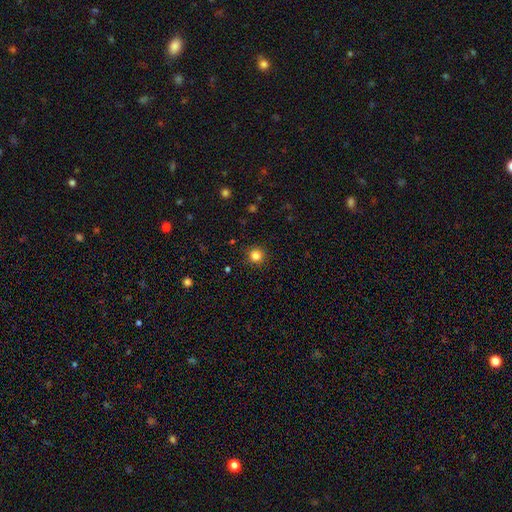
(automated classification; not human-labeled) A smooth galaxy with no disk features (83%) that is round (94%).

Vote fractions:
- Smooth or featured? smooth: 83% / star or artifact: 13% / featured or disk: 5%
- How rounded? round: 94% / in between: 5% / cigar-shaped: 1%
- Merging? none: 91% / minor disturbance: 6% / major disturbance: 2% / merger: 1%